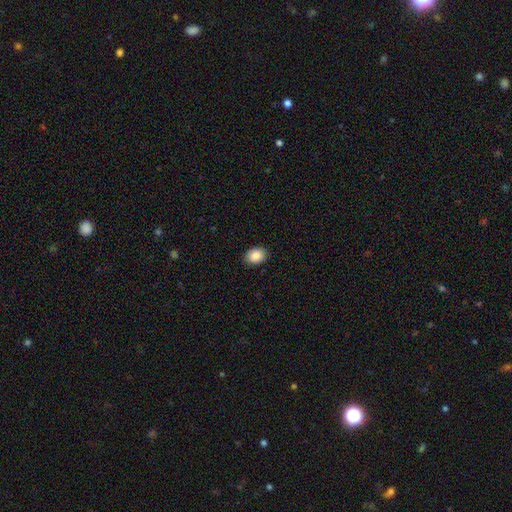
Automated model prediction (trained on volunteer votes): A smooth galaxy with no disk features (88%) that is in between round and cigar-shaped (70%). Merging: none (89%).